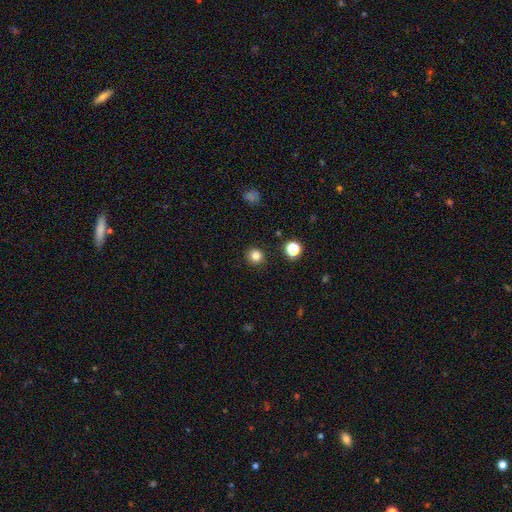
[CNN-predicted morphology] The model was most divided on "smooth or featured": smooth: 82%, star or artifact: 13%, featured or disk: 5%. More confident: how rounded — round (92%); merging — none (91%).